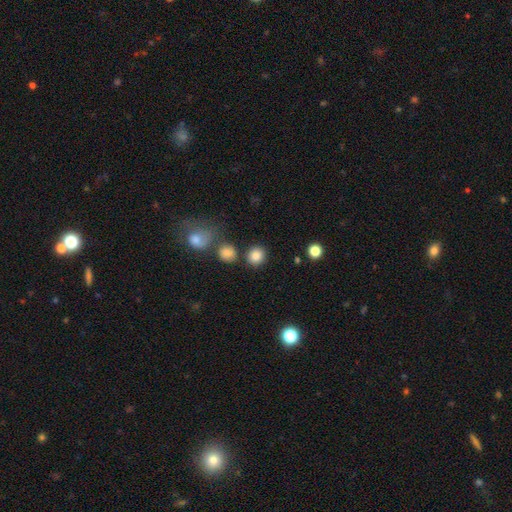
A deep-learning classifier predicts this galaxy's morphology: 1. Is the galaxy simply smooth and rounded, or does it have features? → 85% smooth, 10% star or artifact, 5% featured or disk.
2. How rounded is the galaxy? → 85% round, 14% in between, 1% cigar-shaped.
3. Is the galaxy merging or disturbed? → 80% none, 9% minor disturbance, 7% merger, 4% major disturbance.